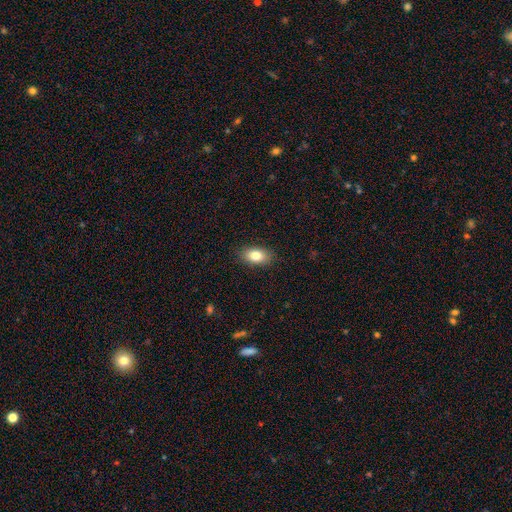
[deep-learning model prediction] Q: Smooth or featured?
A: smooth (82%); runner-up: featured or disk (10%)
Q: How rounded?
A: in between (90%); runner-up: round (7%)
Q: Merging?
A: none (88%); runner-up: minor disturbance (9%)